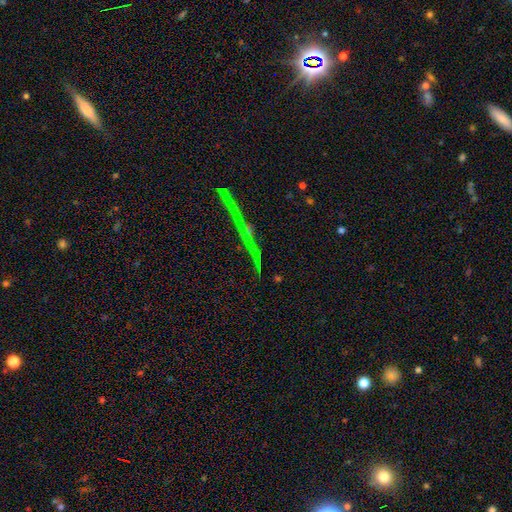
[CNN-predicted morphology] A featured or disk galaxy (45%).

Vote fractions:
- Smooth or featured? featured or disk: 45% / star or artifact: 39% / smooth: 17%
- Merging? none: 83% / minor disturbance: 9% / major disturbance: 4% / merger: 4%